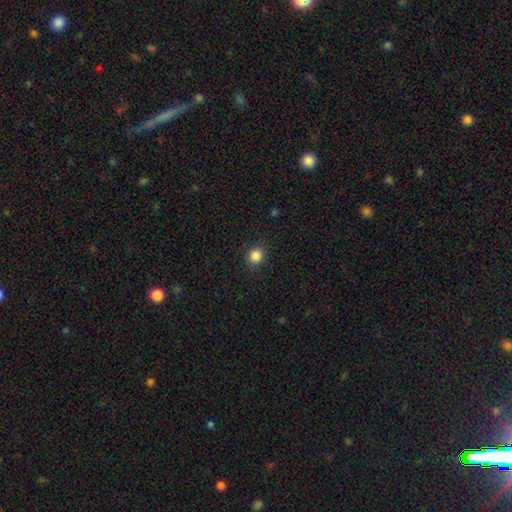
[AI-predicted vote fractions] A smooth galaxy with no disk features (85%) that is round (86%).

Vote fractions:
- Smooth or featured? smooth: 85% / star or artifact: 11% / featured or disk: 3%
- How rounded? round: 86% / in between: 13% / cigar-shaped: 1%
- Merging? none: 89% / minor disturbance: 7% / major disturbance: 2% / merger: 1%